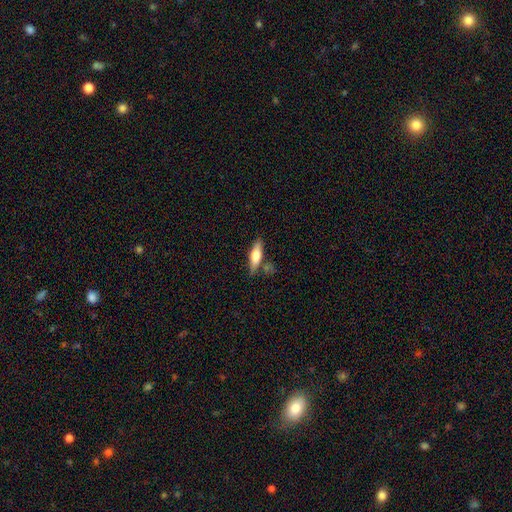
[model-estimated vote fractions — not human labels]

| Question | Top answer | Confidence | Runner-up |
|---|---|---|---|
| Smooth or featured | smooth | 60% | featured or disk (34%) |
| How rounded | cigar-shaped | 54% | in between (43%) |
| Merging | none | 71% | minor disturbance (15%) |